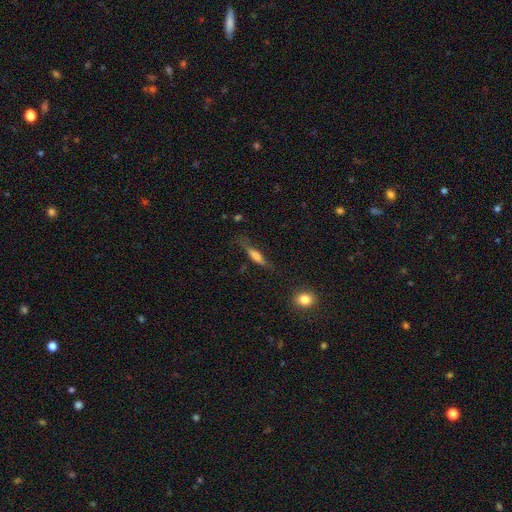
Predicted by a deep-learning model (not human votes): Smooth or featured?
  - smooth: 57% *
  - featured or disk: 34%
  - star or artifact: 9%
How rounded?
  - cigar-shaped: 75% *
  - in between: 22%
  - round: 3%
Merging?
  - none: 66% *
  - minor disturbance: 22%
  - major disturbance: 10%
  - merger: 2%